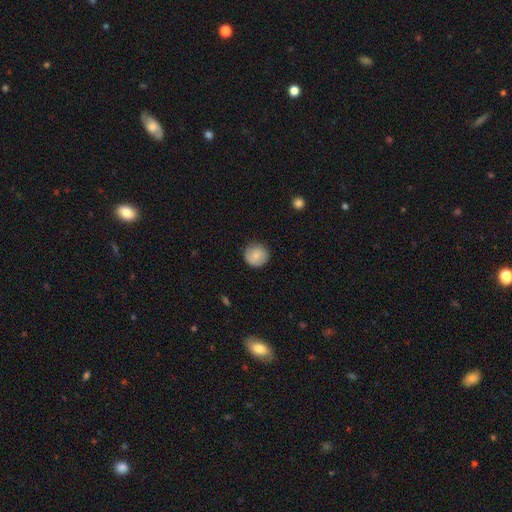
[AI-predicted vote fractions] smooth_or_featured: smooth (p=0.76) [alt: featured or disk p=0.17]
how_rounded: round (p=0.93) [alt: in between p=0.06]
merging: none (p=0.84) [alt: minor disturbance p=0.12]